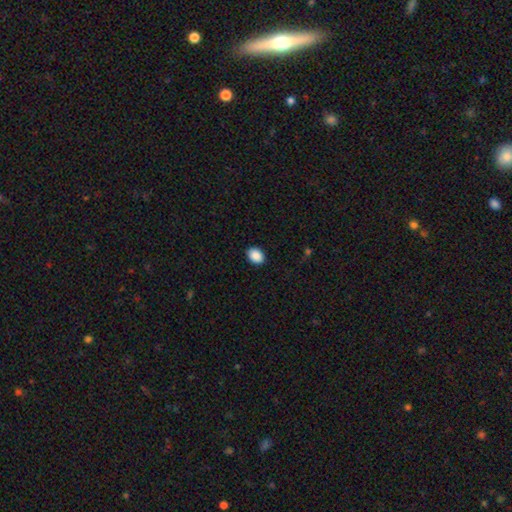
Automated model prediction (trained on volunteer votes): Smooth or featured? smooth (90%)
How rounded? in between (72%)
Merging? none (90%)